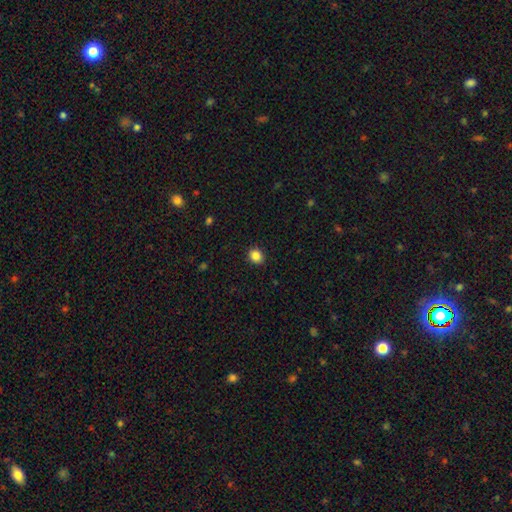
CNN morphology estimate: This appears to be a smooth galaxy with no disk features (86%) that is round (68%). Merging: none (91%).